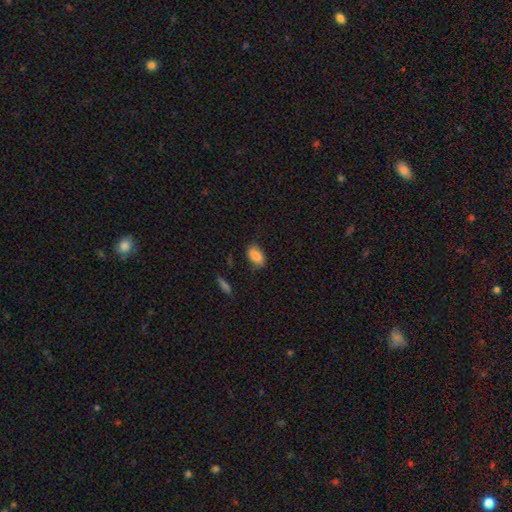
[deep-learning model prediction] Morphology: type=smooth (85%); roundness=in between (90%); merging=none (79%).